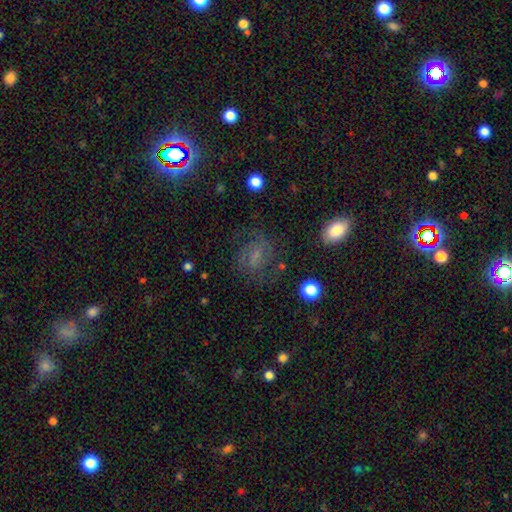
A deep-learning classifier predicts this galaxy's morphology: Smooth or featured: featured or disk — 49% (smooth — 31%)
Merging: none — 65% (minor disturbance — 18%)